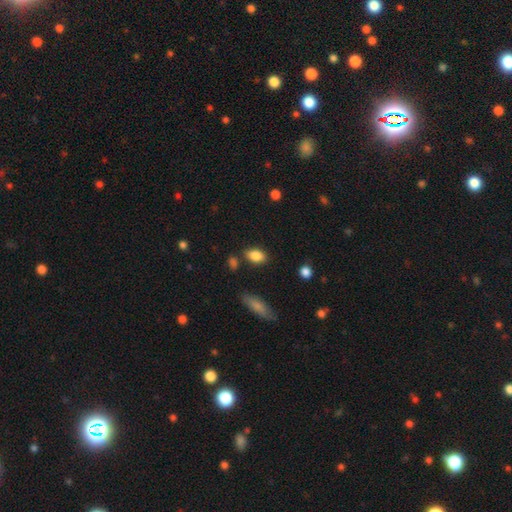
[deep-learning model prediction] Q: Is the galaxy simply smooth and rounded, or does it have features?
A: smooth — 86%.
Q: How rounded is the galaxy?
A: in between — 88%.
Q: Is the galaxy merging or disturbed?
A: none — 80%.